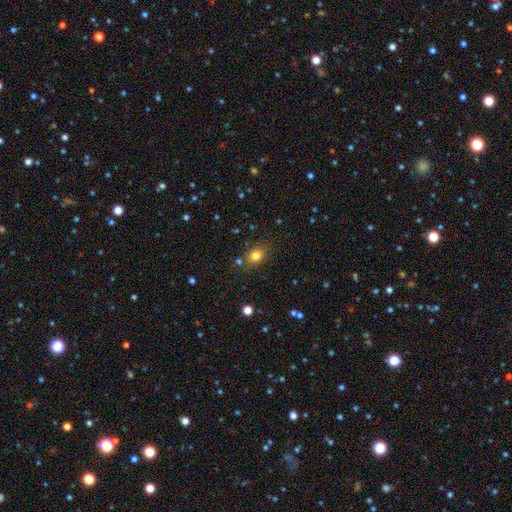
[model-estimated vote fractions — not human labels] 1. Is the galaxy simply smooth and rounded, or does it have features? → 80% smooth, 12% star or artifact, 8% featured or disk.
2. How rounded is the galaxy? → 61% in between, 37% round, 2% cigar-shaped.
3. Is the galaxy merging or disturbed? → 77% none, 13% minor disturbance, 5% merger, 4% major disturbance.